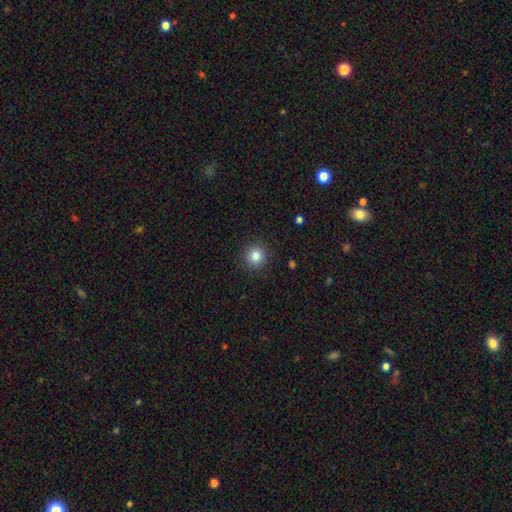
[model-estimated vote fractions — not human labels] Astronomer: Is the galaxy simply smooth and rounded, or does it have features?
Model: smooth — 84%.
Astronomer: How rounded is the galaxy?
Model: round — 93%.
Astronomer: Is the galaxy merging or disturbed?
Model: none — 91%.